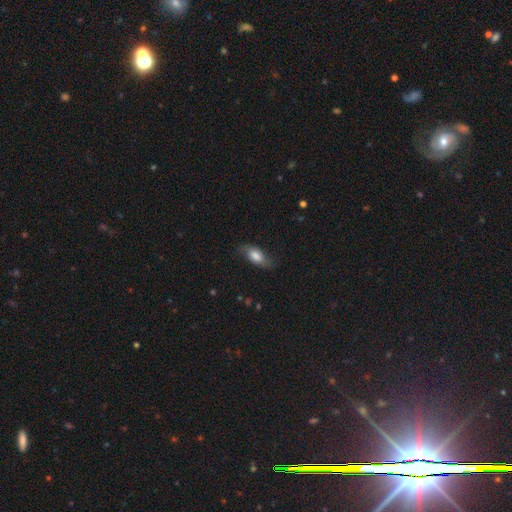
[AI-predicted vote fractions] Q: Smooth or featured?
A: smooth (64%); runner-up: featured or disk (29%)
Q: How rounded?
A: in between (82%); runner-up: cigar-shaped (13%)
Q: Merging?
A: none (70%); runner-up: minor disturbance (22%)